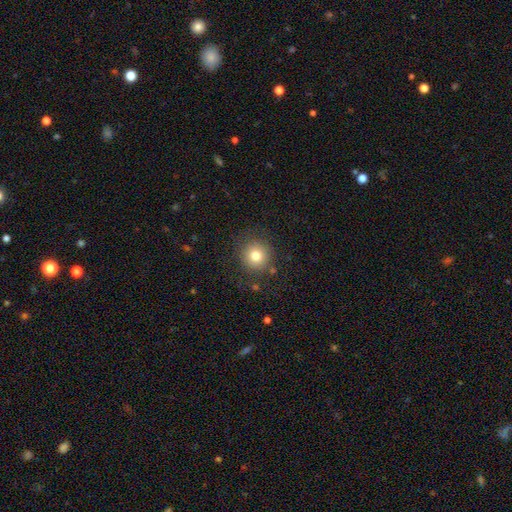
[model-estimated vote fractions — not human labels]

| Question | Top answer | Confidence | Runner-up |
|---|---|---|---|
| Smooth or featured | smooth | 78% | star or artifact (13%) |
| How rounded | round | 93% | in between (6%) |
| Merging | none | 86% | minor disturbance (9%) |